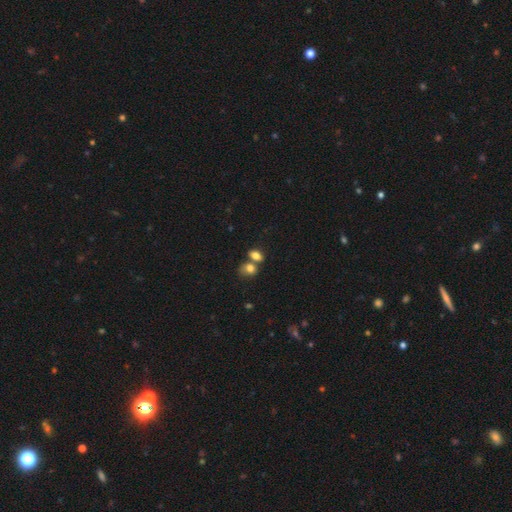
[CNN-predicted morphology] Smooth or featured?
  - smooth: 80% *
  - featured or disk: 10%
  - star or artifact: 10%
How rounded?
  - in between: 77% *
  - round: 20%
  - cigar-shaped: 3%
Merging?
  - merger: 46% *
  - none: 40%
  - minor disturbance: 10%
  - major disturbance: 4%